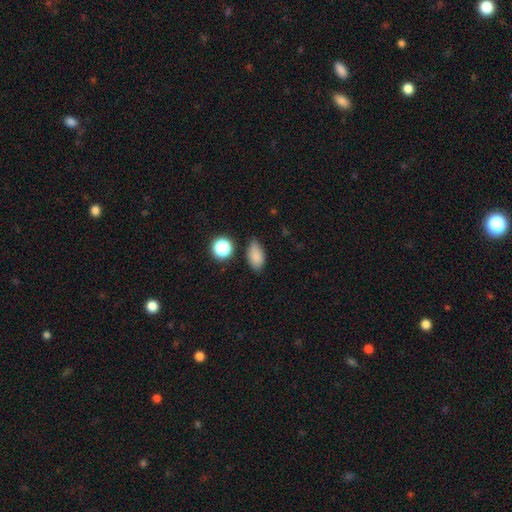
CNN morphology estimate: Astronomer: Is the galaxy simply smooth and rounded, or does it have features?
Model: smooth — 82%.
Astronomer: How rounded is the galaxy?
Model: in between — 87%.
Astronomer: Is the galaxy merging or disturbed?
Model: none — 72%.